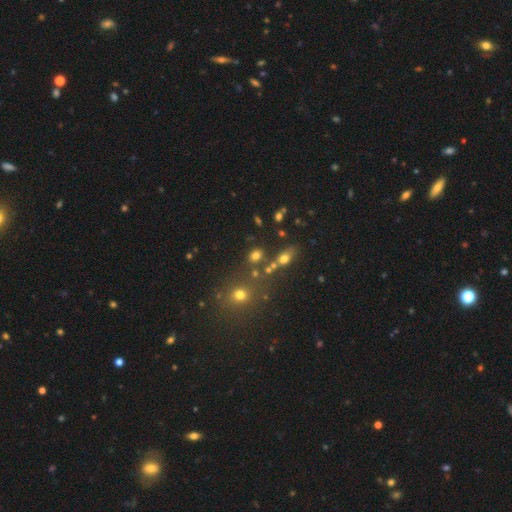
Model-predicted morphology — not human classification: Smooth or featured?
  - smooth: 71% *
  - star or artifact: 19%
  - featured or disk: 11%
How rounded?
  - round: 56% *
  - in between: 42%
  - cigar-shaped: 2%
Merging?
  - none: 64% *
  - merger: 19%
  - minor disturbance: 12%
  - major disturbance: 6%